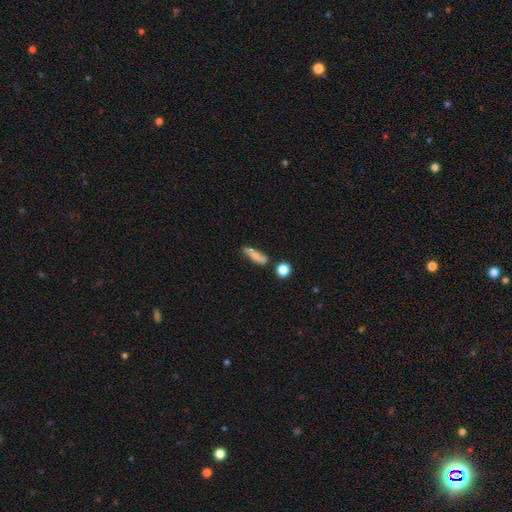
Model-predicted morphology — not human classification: Smooth or featured?
  - smooth: 63% *
  - featured or disk: 28%
  - star or artifact: 8%
How rounded?
  - cigar-shaped: 55% *
  - in between: 40%
  - round: 5%
Merging?
  - none: 66% *
  - minor disturbance: 22%
  - merger: 7%
  - major disturbance: 5%